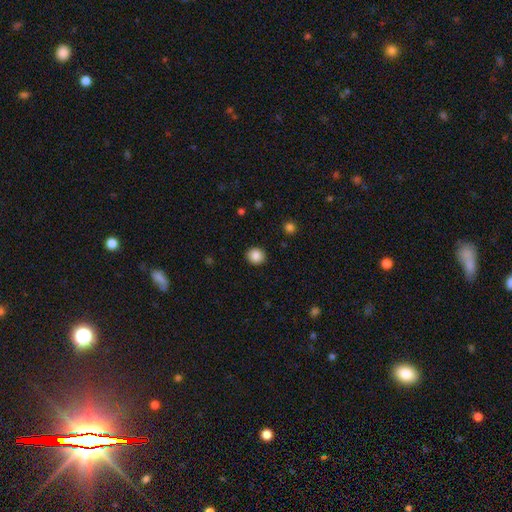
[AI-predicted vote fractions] This is clearly a smooth galaxy (87%). How rounded: clearly round (83%). Merging: clearly none (90%).